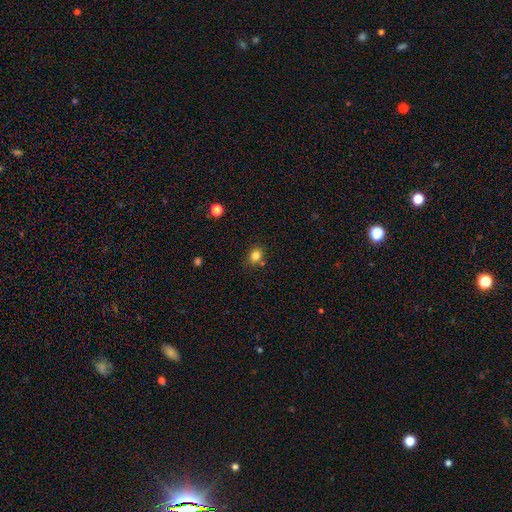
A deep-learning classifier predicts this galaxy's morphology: Smooth or featured: smooth — 82% (star or artifact — 12%)
How rounded: round — 61% (in between — 38%)
Merging: none — 79% (minor disturbance — 11%)